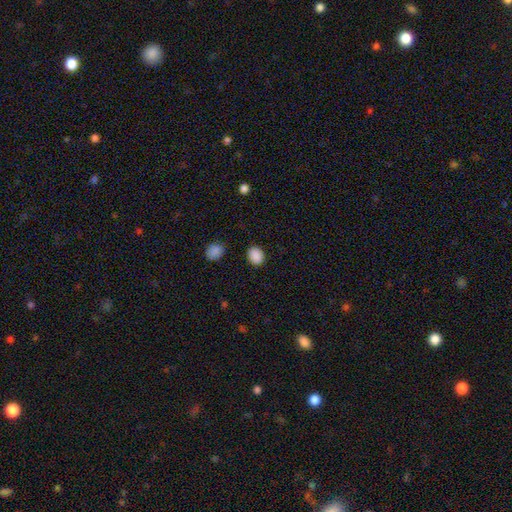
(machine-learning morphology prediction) The model was most divided on "how rounded": round: 52%, in between: 47%, cigar-shaped: 1%. More confident: smooth or featured — smooth (88%); merging — none (88%).